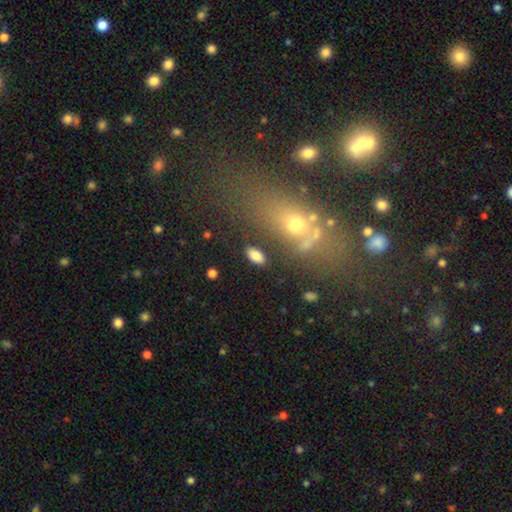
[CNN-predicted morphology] smooth 82%, featured or disk 9%, star or artifact 9%. Down the decision tree: how rounded — in between (92%); merging — none (83%).